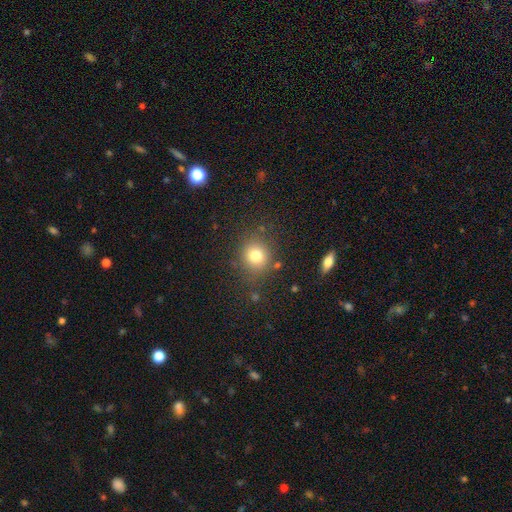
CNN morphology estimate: Smooth or featured? Predicted: smooth (p=0.79). How rounded? Predicted: round (p=0.82). Merging? Predicted: none (p=0.81).